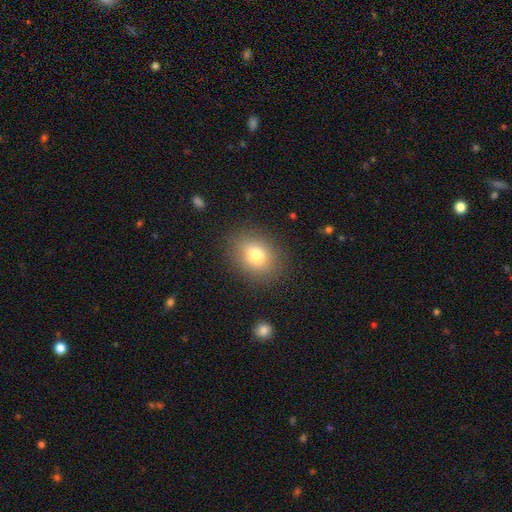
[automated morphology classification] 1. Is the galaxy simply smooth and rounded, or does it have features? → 77% smooth, 12% star or artifact, 11% featured or disk.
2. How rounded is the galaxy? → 53% in between, 46% round, 1% cigar-shaped.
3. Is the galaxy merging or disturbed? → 86% none, 9% minor disturbance, 4% major disturbance, 1% merger.